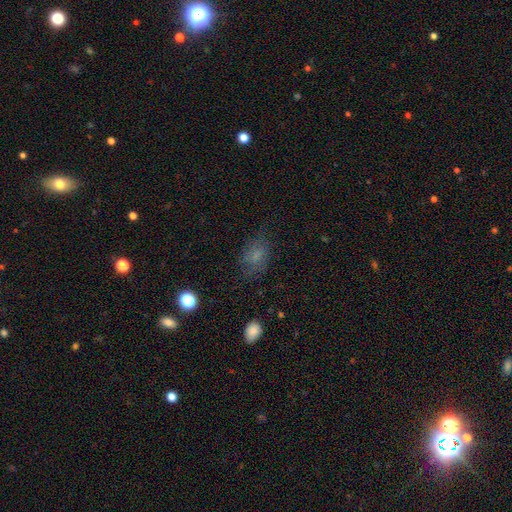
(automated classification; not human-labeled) smooth-or-featured: smooth: 63% | featured or disk: 22% | star or artifact: 15%
  how-rounded: in between: 75% | round: 23% | cigar-shaped: 2%
  merging: none: 64% | minor disturbance: 21% | major disturbance: 13% | merger: 2%